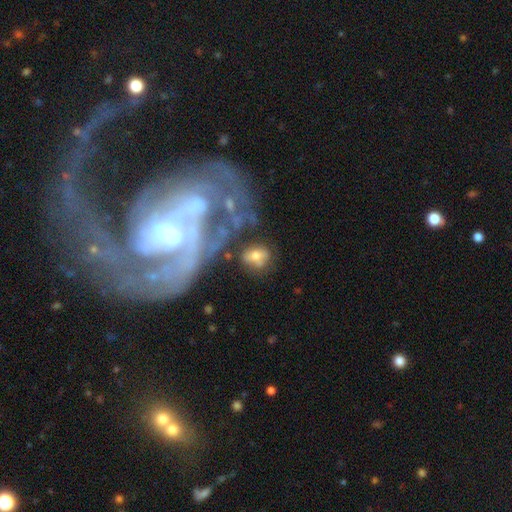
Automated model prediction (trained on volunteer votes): smooth 56%, featured or disk 34%, star or artifact 10%. Down the decision tree: how rounded — in between (61%); merging — none (56%).